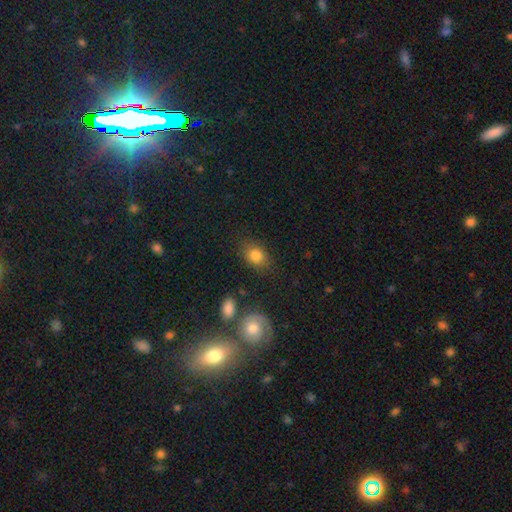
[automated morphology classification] Smooth or featured? Predicted: smooth (p=0.82). How rounded? Predicted: in between (p=0.65). Merging? Predicted: none (p=0.77).